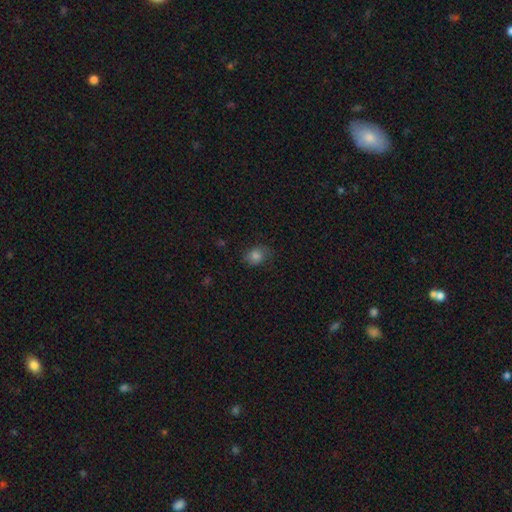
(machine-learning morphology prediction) A smooth galaxy with no disk features (78%) that is in between round and cigar-shaped (59%). Merging: none (64%).